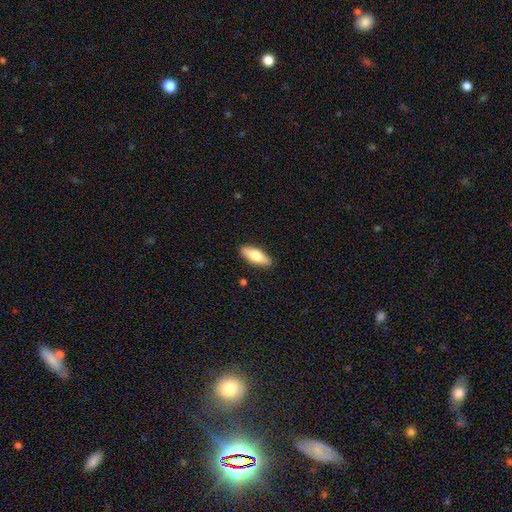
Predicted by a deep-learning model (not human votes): Q: Smooth or featured?
A: smooth (68%); runner-up: featured or disk (27%)
Q: How rounded?
A: in between (62%); runner-up: cigar-shaped (36%)
Q: Merging?
A: none (89%); runner-up: minor disturbance (8%)